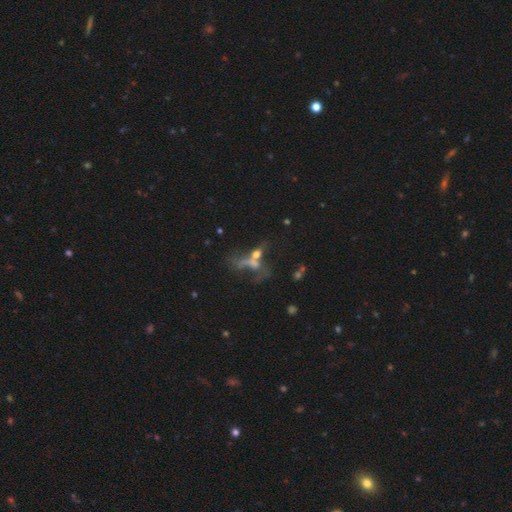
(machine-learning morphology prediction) smooth-or-featured: featured or disk: 42% | smooth: 34% | star or artifact: 24%
  merging: merger: 36% | none: 28% | major disturbance: 25% | minor disturbance: 11%